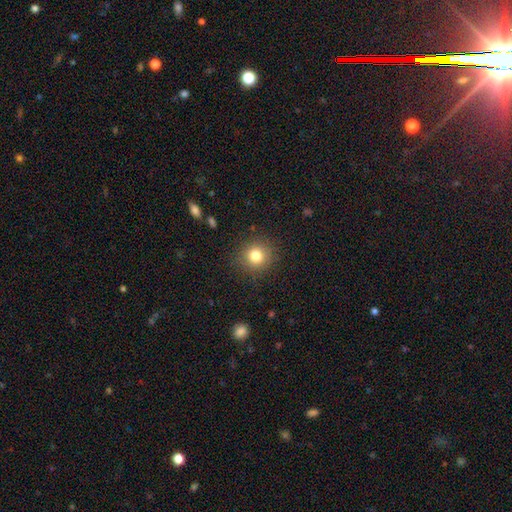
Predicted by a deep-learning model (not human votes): smooth 80%, star or artifact 12%, featured or disk 8%. Down the decision tree: how rounded — round (89%); merging — none (88%).